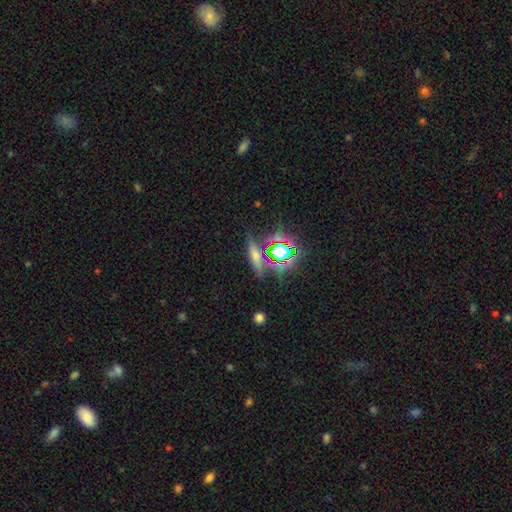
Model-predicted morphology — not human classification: smooth 47%, star or artifact 33%, featured or disk 20%. Down the decision tree: merging — none (76%).